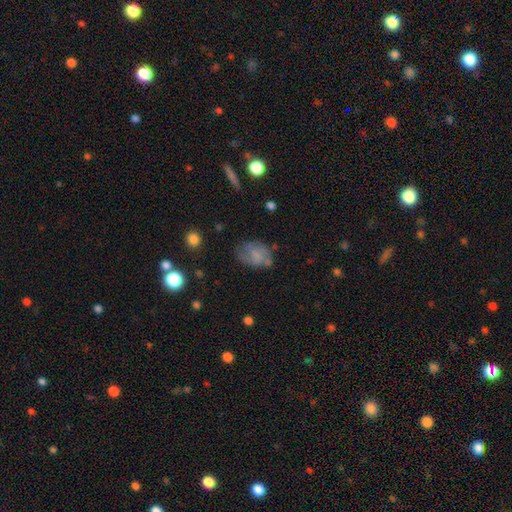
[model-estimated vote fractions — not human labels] A smooth galaxy with no disk features (55%) that is in between round and cigar-shaped (74%). Merging: none (54%).